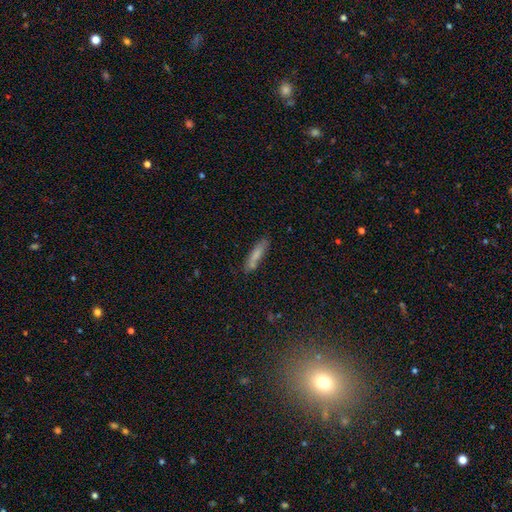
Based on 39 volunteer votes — This is clearly a smooth galaxy (90%). How rounded: clearly cigar-shaped (80%). Merging: likely none (65%).